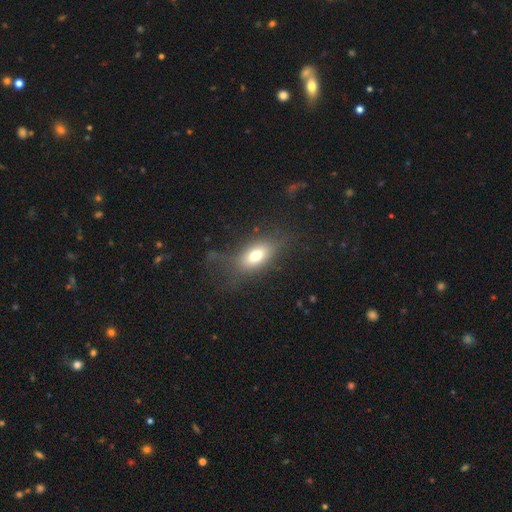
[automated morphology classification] A smooth galaxy with no disk features (70%) that is in between round and cigar-shaped (83%).

Vote fractions:
- Smooth or featured? smooth: 70% / featured or disk: 20% / star or artifact: 10%
- How rounded? in between: 83% / cigar-shaped: 10% / round: 7%
- Merging? none: 60% / minor disturbance: 19% / major disturbance: 19% / merger: 2%